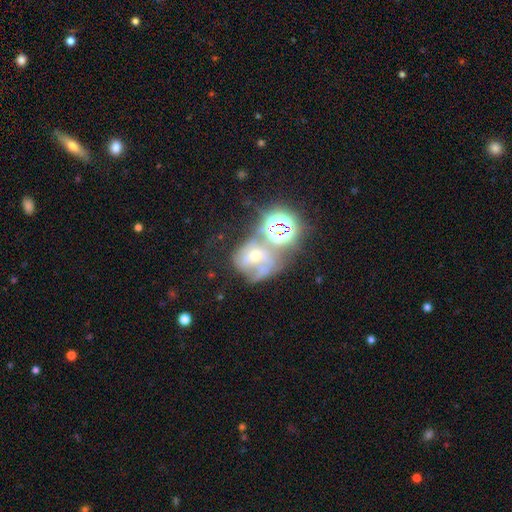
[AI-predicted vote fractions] A featured or disk galaxy (44%). Merging: merger (34%).